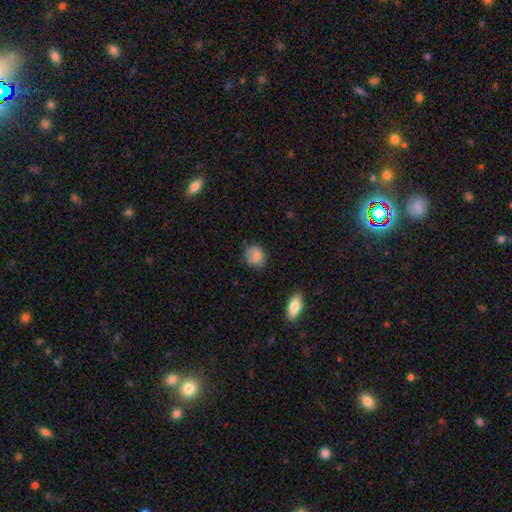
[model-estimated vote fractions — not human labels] smooth 84%, star or artifact 8%, featured or disk 8%. Down the decision tree: how rounded — round (68%); merging — none (71%).